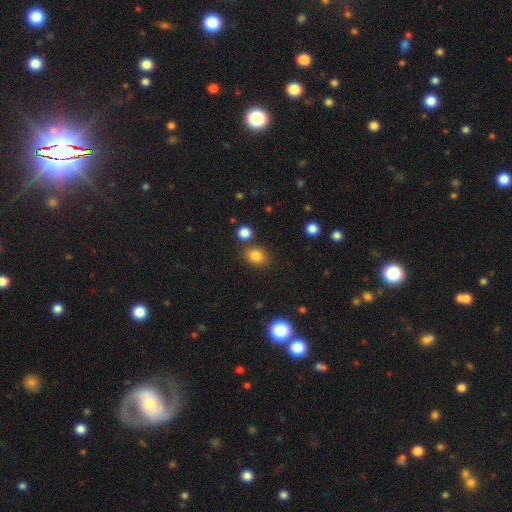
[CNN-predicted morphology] A smooth galaxy with no disk features (82%) that is round (56%). Merging: none (75%).